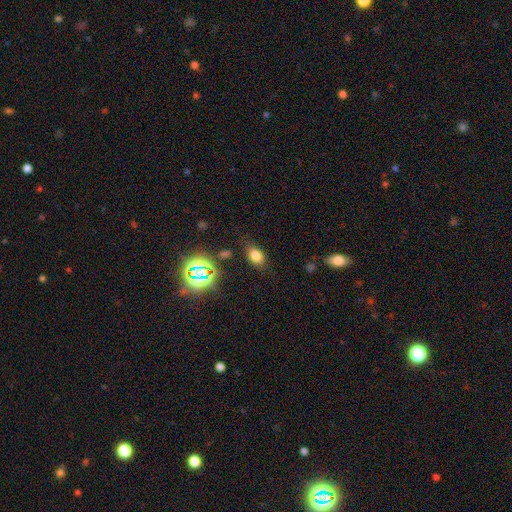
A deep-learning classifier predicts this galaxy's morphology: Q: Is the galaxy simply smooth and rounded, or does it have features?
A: smooth — 71%.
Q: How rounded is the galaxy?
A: in between — 79%.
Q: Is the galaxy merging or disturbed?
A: none — 79%.